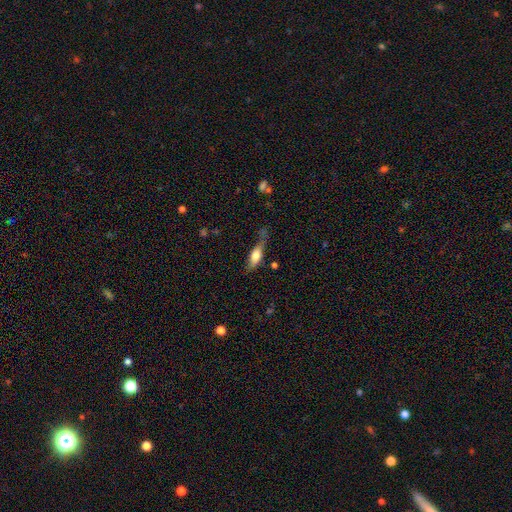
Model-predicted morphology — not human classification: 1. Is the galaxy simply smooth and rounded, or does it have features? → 58% smooth, 35% featured or disk, 7% star or artifact.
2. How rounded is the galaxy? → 49% in between, 47% cigar-shaped, 4% round.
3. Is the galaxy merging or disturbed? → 49% none, 30% minor disturbance, 15% major disturbance, 6% merger.